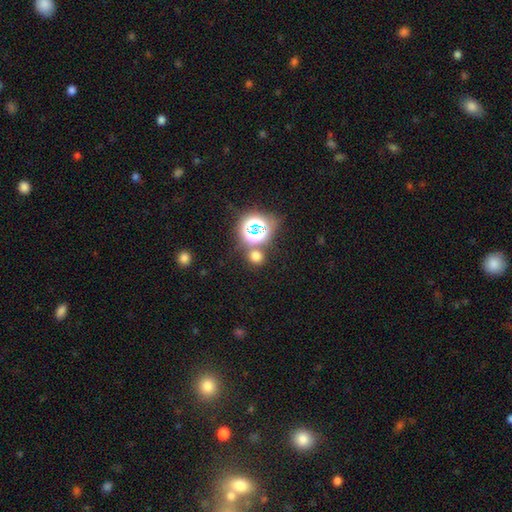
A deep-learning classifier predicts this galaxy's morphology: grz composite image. It shows a smooth galaxy with no disk features (62%) that is round (85%). Merging: none (76%).